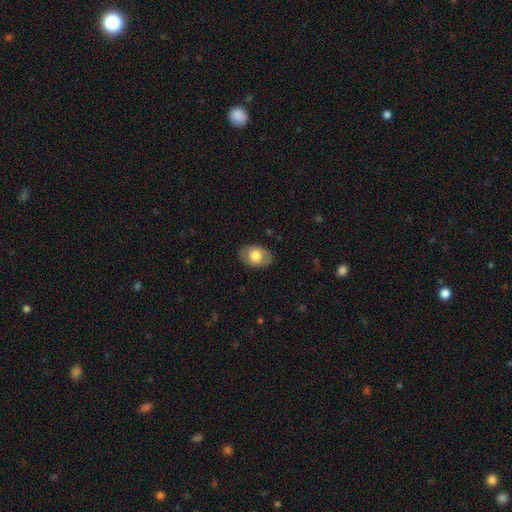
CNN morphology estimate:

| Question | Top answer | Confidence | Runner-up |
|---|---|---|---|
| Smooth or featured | smooth | 73% | featured or disk (21%) |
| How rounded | in between | 85% | round (14%) |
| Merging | none | 85% | minor disturbance (11%) |